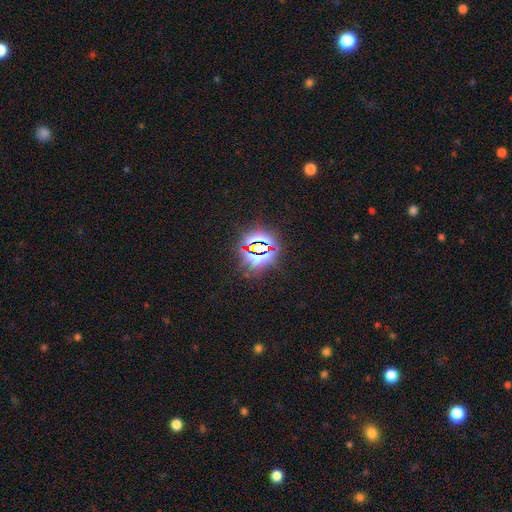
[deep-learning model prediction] Smooth or featured? star or artifact (82%)